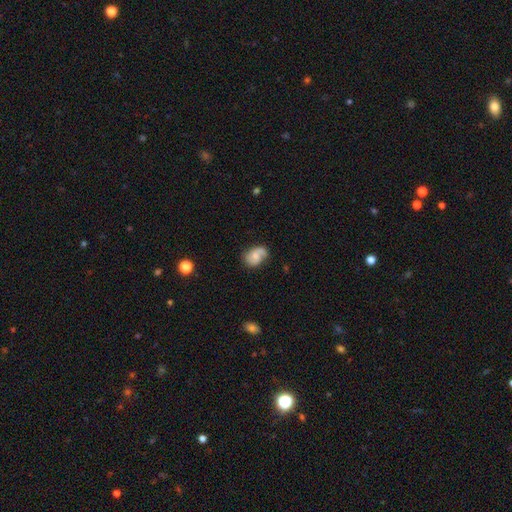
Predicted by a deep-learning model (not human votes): A featured or disk galaxy (55%) with no bar (62%), spiral arms (89%) and a small central bulge (45%).

Vote fractions:
- Smooth or featured? featured or disk: 55% / smooth: 37% / star or artifact: 8%
- Edge-on disk? no: 97% / yes: 3%
- Bar? no: 62% / weak: 33% / strong: 6%
- Spiral arms? yes: 89% / no: 11%
- Bulge size? small: 45% / moderate: 31% / none: 19% / large: 4% / dominant: 1%
- Merging? none: 59% / minor disturbance: 26% / major disturbance: 12% / merger: 3%